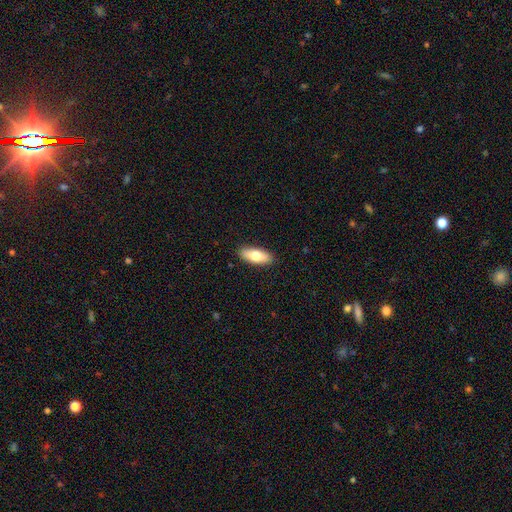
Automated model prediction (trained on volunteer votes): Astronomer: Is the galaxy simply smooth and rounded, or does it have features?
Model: smooth — 74%.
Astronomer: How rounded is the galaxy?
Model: in between — 77%.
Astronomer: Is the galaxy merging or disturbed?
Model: none — 90%.